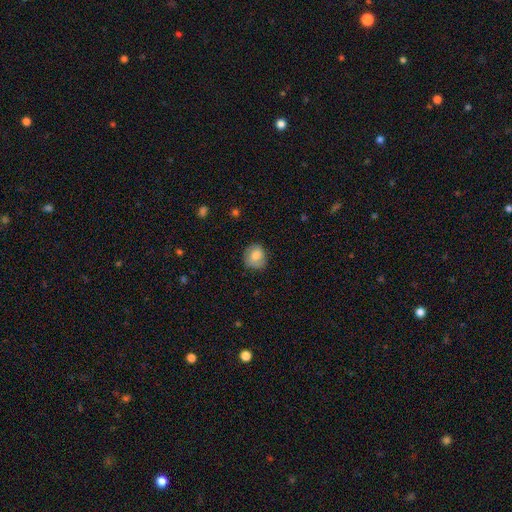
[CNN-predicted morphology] This is likely a smooth galaxy (74%). How rounded: likely round (78%). Merging: likely none (74%).